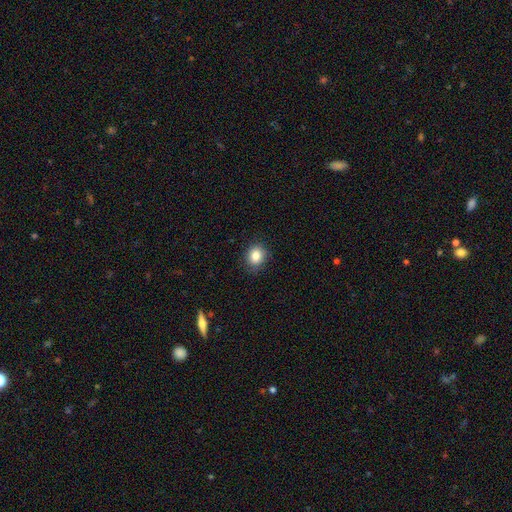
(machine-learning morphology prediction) Smooth or featured?
  - smooth: 84% *
  - star or artifact: 10%
  - featured or disk: 6%
How rounded?
  - round: 62% *
  - in between: 37%
  - cigar-shaped: 1%
Merging?
  - none: 84% *
  - minor disturbance: 12%
  - major disturbance: 3%
  - merger: 1%